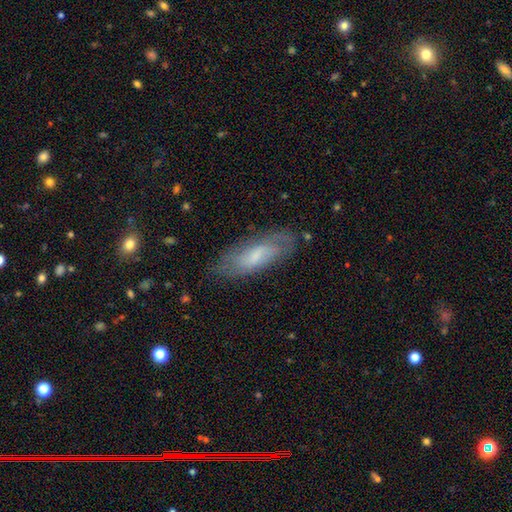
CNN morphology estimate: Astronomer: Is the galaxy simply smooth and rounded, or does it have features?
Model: featured or disk — 47% (runner-up: smooth, 46%).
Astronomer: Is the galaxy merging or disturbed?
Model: none — 74%.